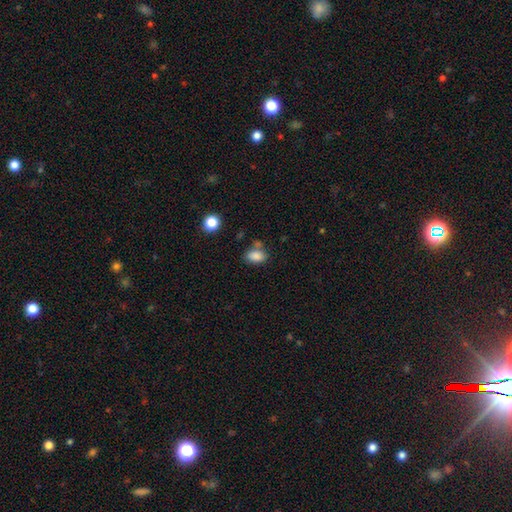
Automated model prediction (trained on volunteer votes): smooth_or_featured: smooth (p=0.85) [alt: star or artifact p=0.10]
how_rounded: in between (p=0.85) [alt: round p=0.13]
merging: none (p=0.63) [alt: minor disturbance p=0.17]